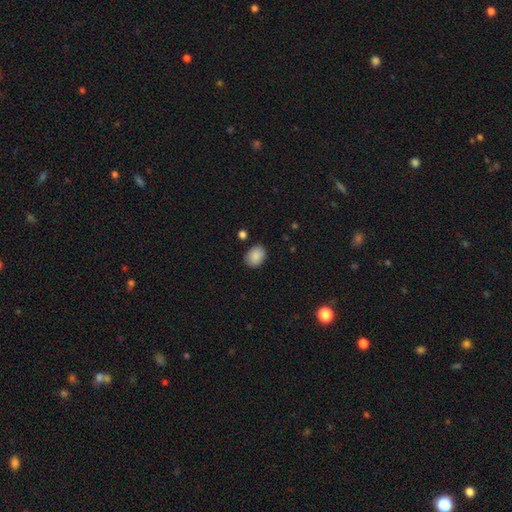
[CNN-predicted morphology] Overall: smooth (89%). How rounded: in between (60%; round 39%). Merging: none (85%).